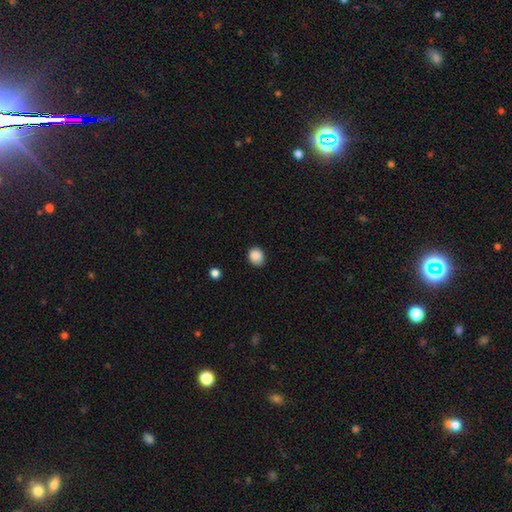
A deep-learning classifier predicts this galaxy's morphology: Smooth or featured? smooth (88%)
How rounded? round (63%)
Merging? none (82%)